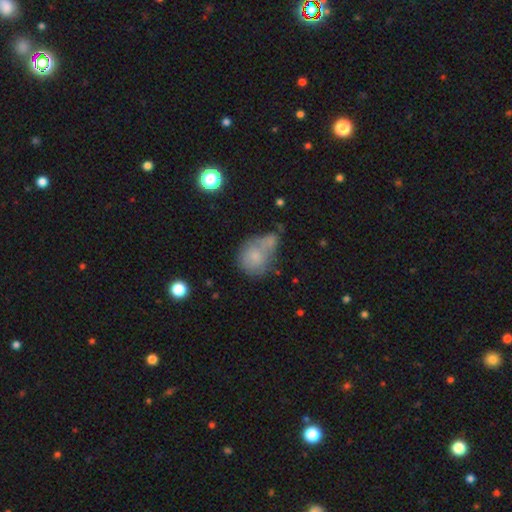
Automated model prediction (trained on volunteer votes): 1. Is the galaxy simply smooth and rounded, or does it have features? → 71% smooth, 19% featured or disk, 10% star or artifact.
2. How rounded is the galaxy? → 70% round, 29% in between, 1% cigar-shaped.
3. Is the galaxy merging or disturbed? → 43% merger, 31% none, 17% minor disturbance, 9% major disturbance.